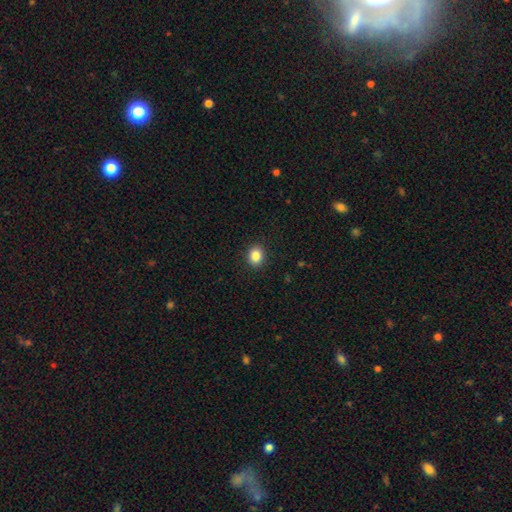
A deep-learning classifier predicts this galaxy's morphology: smooth_or_featured: smooth (p=0.86) [alt: star or artifact p=0.10]
how_rounded: round (p=0.56) [alt: in between p=0.44]
merging: none (p=0.90) [alt: minor disturbance p=0.07]